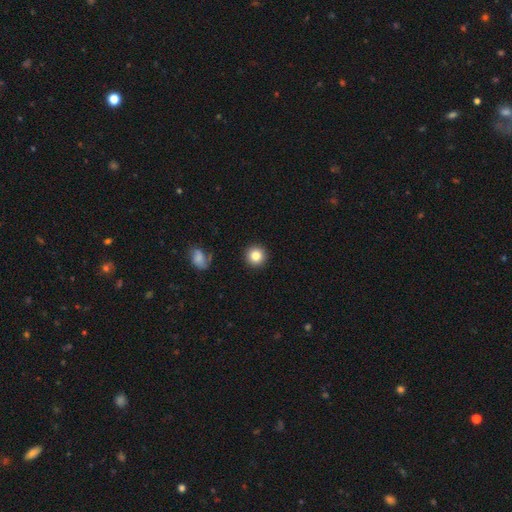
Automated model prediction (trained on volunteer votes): Morphology: type=smooth (84%); roundness=round (95%); merging=none (91%).